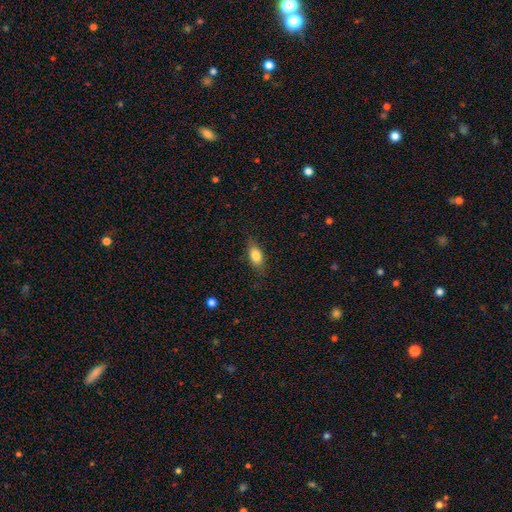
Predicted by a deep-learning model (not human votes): Smooth or featured? Predicted: smooth (p=0.81). How rounded? Predicted: in between (p=0.84). Merging? Predicted: none (p=0.80).